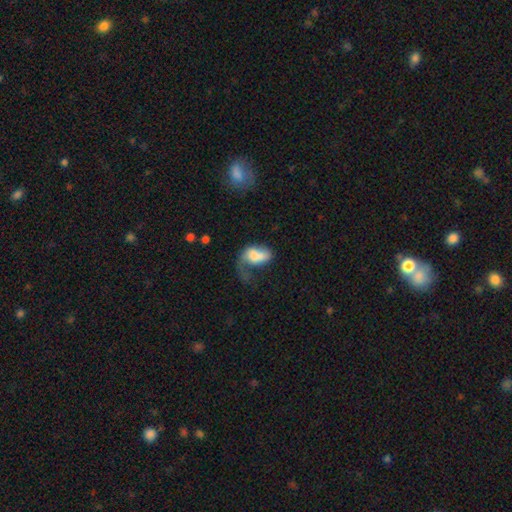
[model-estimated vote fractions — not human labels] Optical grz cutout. It shows a smooth galaxy with no disk features (59%) that is in between round and cigar-shaped (85%). Merging: major disturbance (45%).